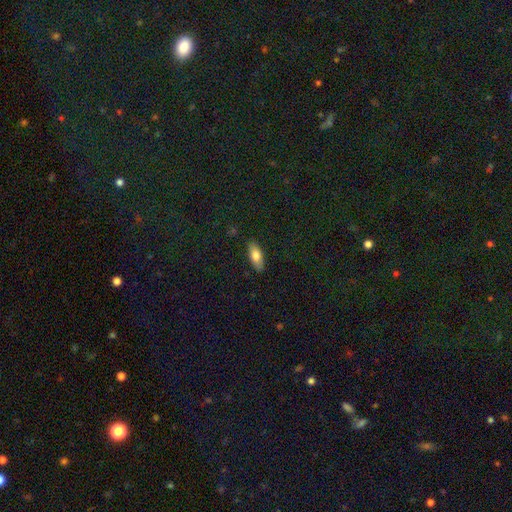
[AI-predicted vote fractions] Smooth or featured?
  - smooth: 78% *
  - featured or disk: 15%
  - star or artifact: 7%
How rounded?
  - in between: 81% *
  - cigar-shaped: 16%
  - round: 2%
Merging?
  - none: 87% *
  - minor disturbance: 10%
  - major disturbance: 2%
  - merger: 1%